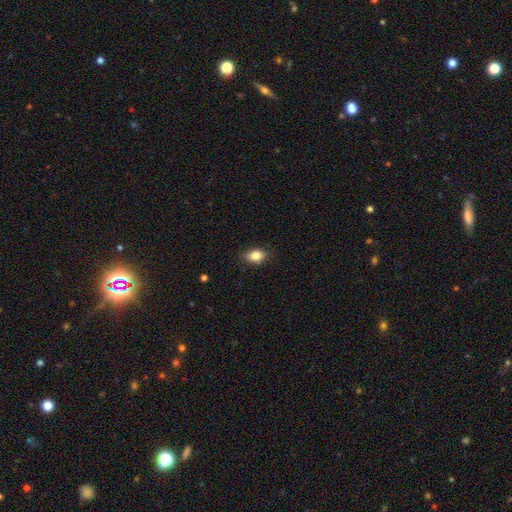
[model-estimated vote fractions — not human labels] Overall: smooth (82%). How rounded: in between (76%). Merging: none (82%).